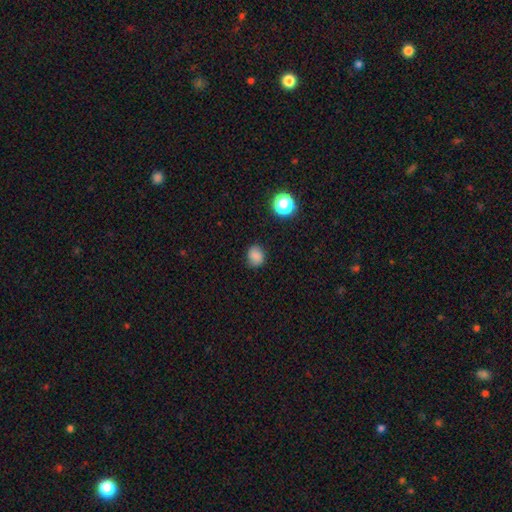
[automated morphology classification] Overall: smooth (82%). How rounded: round (67%; in between 32%). Merging: none (83%).